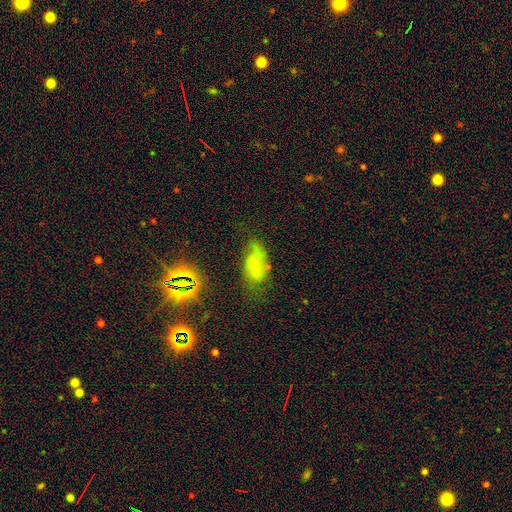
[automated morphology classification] The model was most divided on "merging": none: 43%, minor disturbance: 30%, major disturbance: 21%, merger: 5%. More confident: how rounded — in between (85%); smooth or featured — smooth (51%).